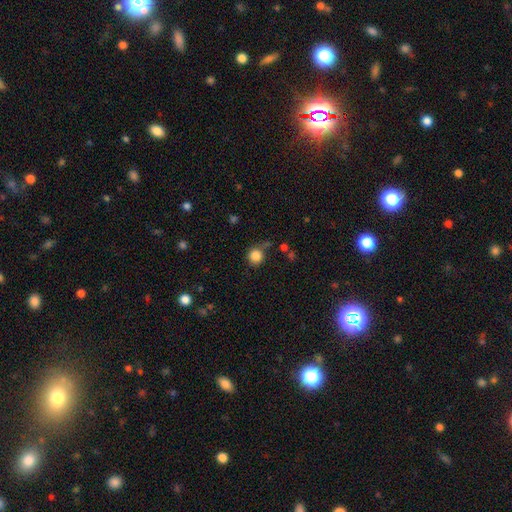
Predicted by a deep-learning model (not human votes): Smooth or featured? smooth (84%)
How rounded? round (91%)
Merging? none (73%)